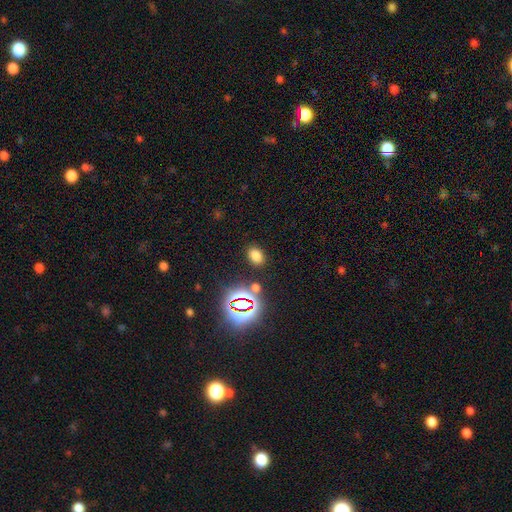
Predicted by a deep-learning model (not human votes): smooth-or-featured: smooth: 71% | star or artifact: 22% | featured or disk: 7%
  how-rounded: in between: 77% | round: 22% | cigar-shaped: 1%
  merging: none: 85% | minor disturbance: 9% | merger: 4% | major disturbance: 3%